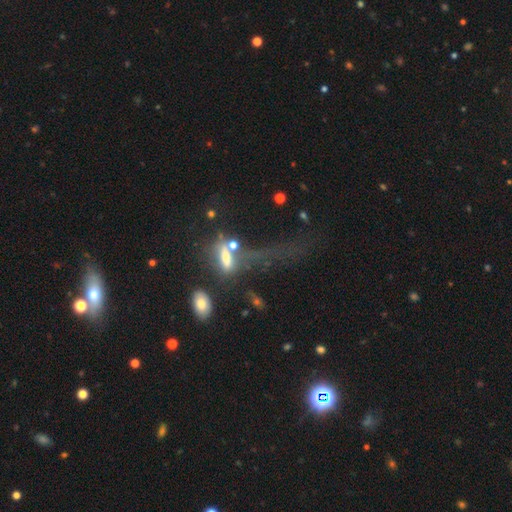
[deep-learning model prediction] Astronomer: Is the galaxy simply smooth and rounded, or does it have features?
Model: star or artifact — 42% (runner-up: smooth, 30%).